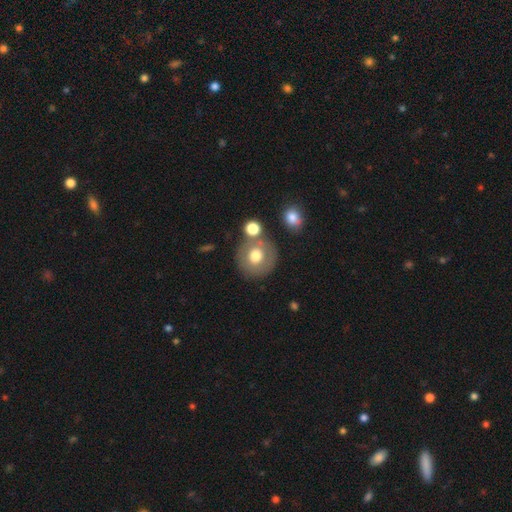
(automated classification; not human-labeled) smooth_or_featured: smooth (p=0.65) [alt: featured or disk p=0.26]
how_rounded: round (p=0.90) [alt: in between p=0.09]
merging: none (p=0.70) [alt: merger p=0.13]